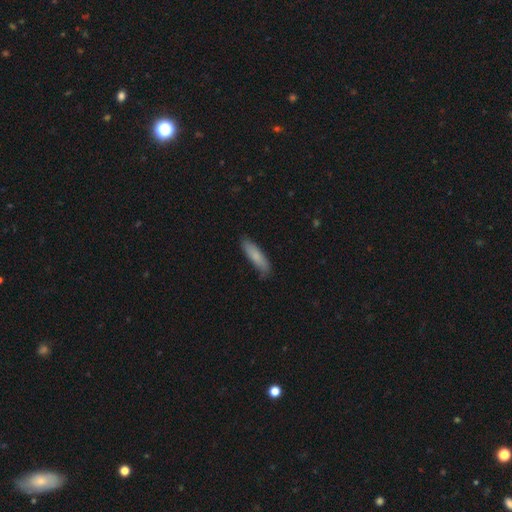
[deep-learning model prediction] A smooth galaxy with no disk features (81%) that is cigar-shaped (72%). Merging: none (79%).